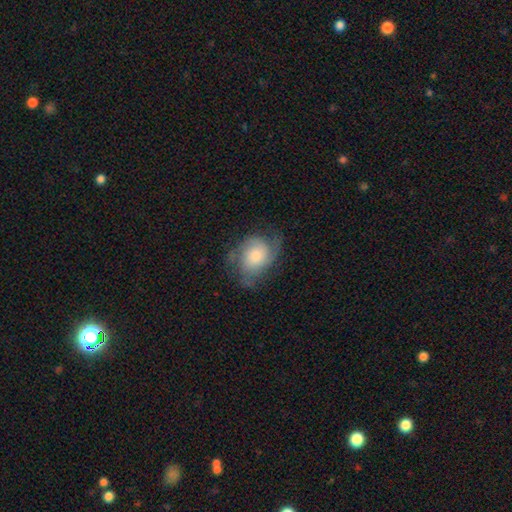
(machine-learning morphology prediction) Overall: featured or disk (63%; smooth 30%). Edge-on disk: no (97%). Bar: no (78%). Spiral arms: yes (89%). Spiral arm count: 2 (37%; can't tell 27%). Spiral winding: medium (43%; tight 37%). Bulge size: moderate (52%; small 30%). Merging: none (62%; minor disturbance 23%).